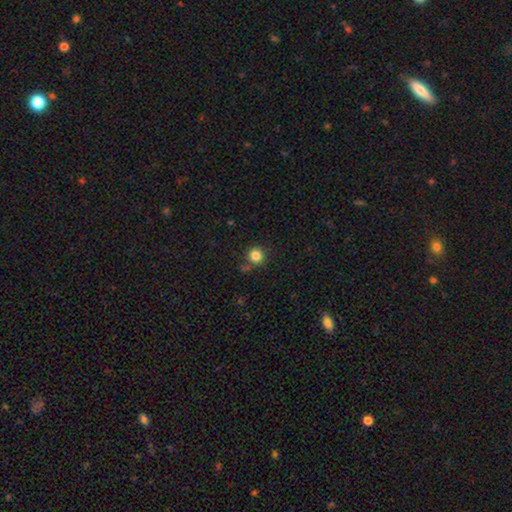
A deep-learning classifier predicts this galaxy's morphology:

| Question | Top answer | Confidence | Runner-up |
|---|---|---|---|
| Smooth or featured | smooth | 84% | star or artifact (12%) |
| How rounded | round | 94% | in between (5%) |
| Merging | none | 81% | minor disturbance (9%) |